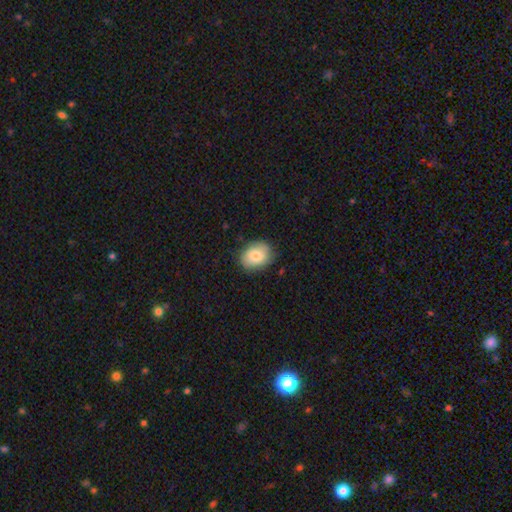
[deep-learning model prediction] smooth 80%, featured or disk 13%, star or artifact 7%. Down the decision tree: how rounded — in between (64%); merging — none (81%).